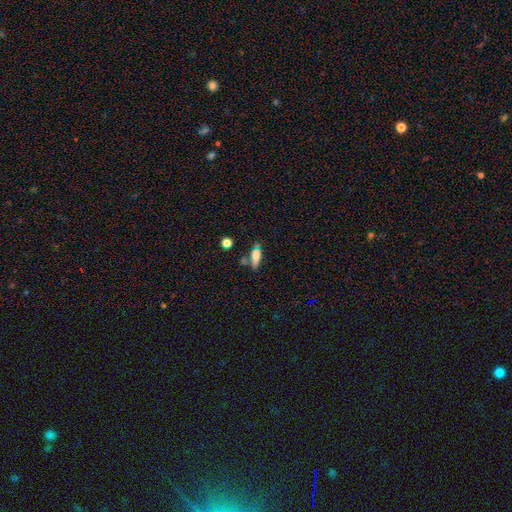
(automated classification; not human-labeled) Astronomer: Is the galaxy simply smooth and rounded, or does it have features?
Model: smooth — 71%.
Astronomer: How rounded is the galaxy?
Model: in between — 55% (runner-up: cigar-shaped, 40%).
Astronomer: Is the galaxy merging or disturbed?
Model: none — 50%.